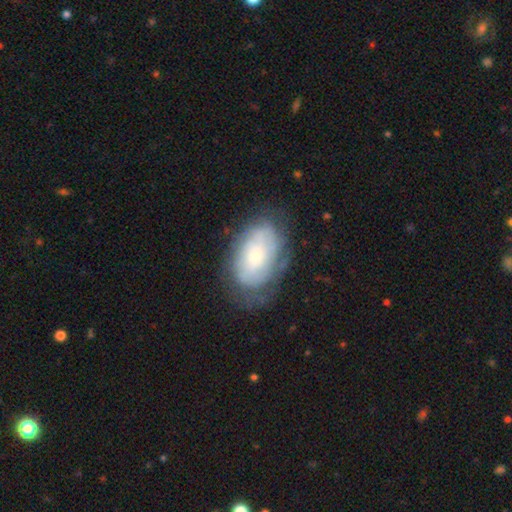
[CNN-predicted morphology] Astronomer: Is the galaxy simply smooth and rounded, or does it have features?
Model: featured or disk — 52% (runner-up: smooth, 40%).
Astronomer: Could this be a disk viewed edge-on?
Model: no — 94%.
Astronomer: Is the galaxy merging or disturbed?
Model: none — 61%.